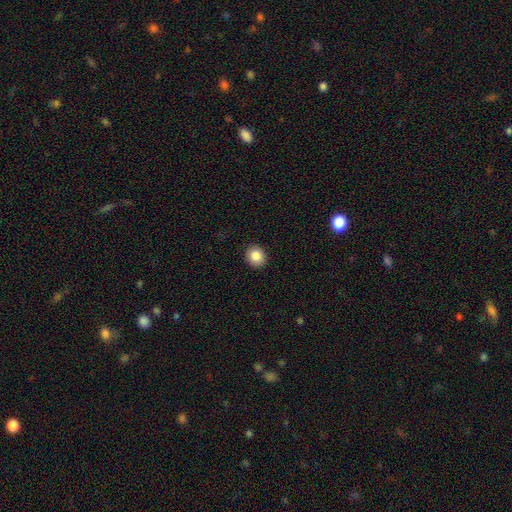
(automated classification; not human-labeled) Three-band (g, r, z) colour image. It shows a smooth galaxy with no disk features (86%) that is round (76%). Merging: none (91%).